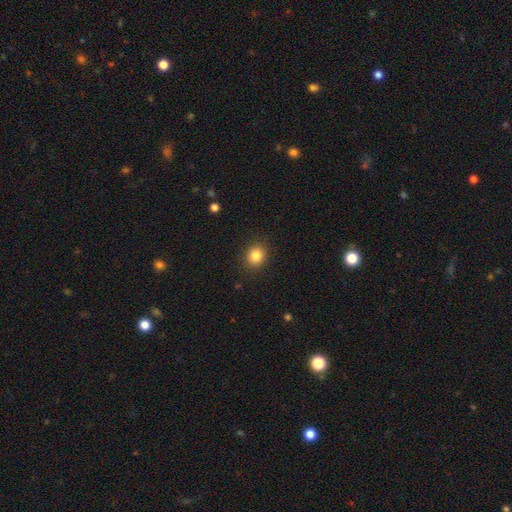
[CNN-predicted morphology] This appears to be a smooth galaxy with no disk features (84%) that is round (75%). Merging: none (89%).